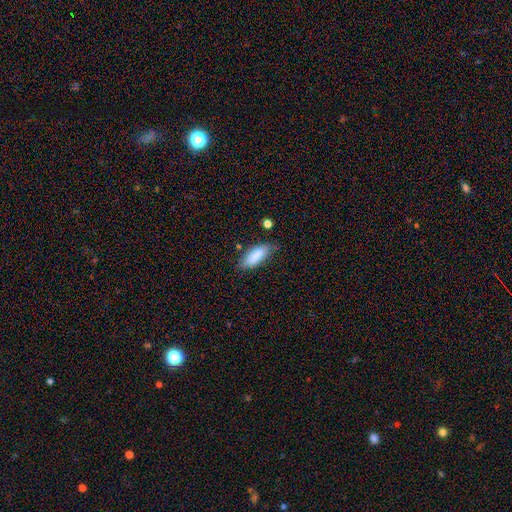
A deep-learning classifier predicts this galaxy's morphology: smooth-or-featured: smooth: 83% | featured or disk: 10% | star or artifact: 7%
  how-rounded: in between: 74% | cigar-shaped: 24% | round: 2%
  merging: none: 65% | minor disturbance: 26% | major disturbance: 5% | merger: 3%